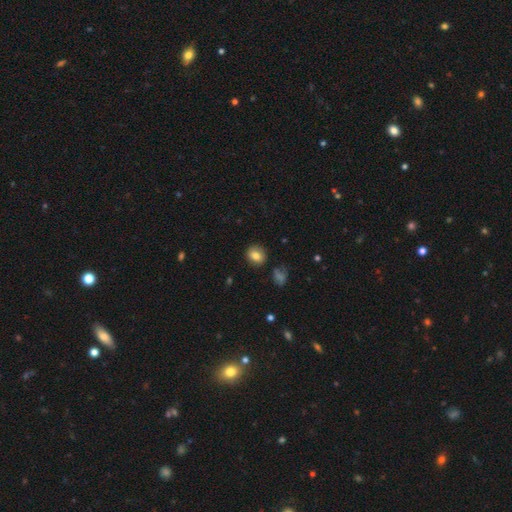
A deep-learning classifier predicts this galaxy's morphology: smooth-or-featured: smooth: 81% | featured or disk: 10% | star or artifact: 9%
  how-rounded: round: 70% | in between: 29% | cigar-shaped: 1%
  merging: none: 85% | minor disturbance: 10% | major disturbance: 3% | merger: 2%